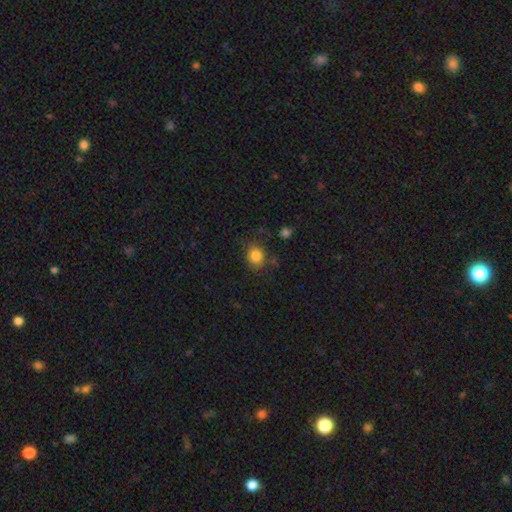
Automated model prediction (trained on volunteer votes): A smooth galaxy with no disk features (84%) that is round (71%). Merging: none (77%).